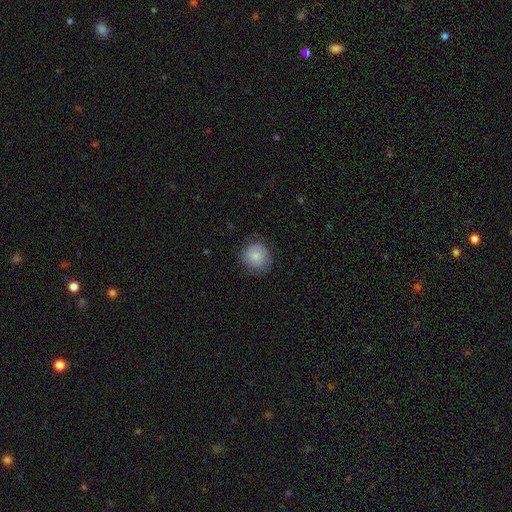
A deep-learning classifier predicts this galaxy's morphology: This appears to be a smooth galaxy with no disk features (78%) that is round (87%). Merging: none (76%).